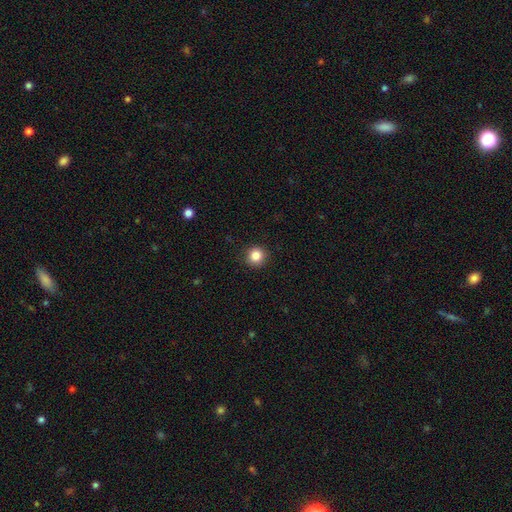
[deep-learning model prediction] Morphology: type=smooth (85%); roundness=round (94%); merging=none (91%).